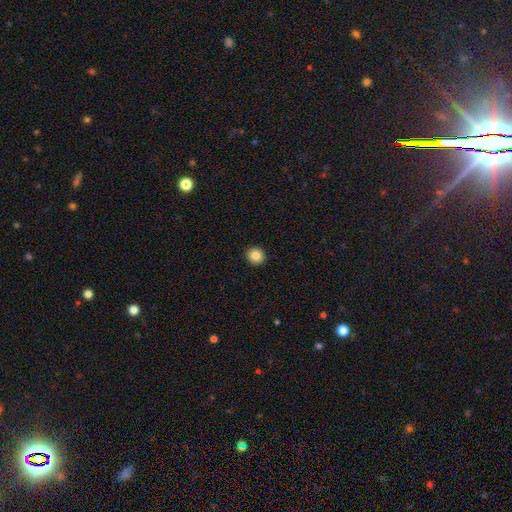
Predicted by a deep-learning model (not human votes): smooth 85%, star or artifact 10%, featured or disk 5%. Down the decision tree: how rounded — round (90%); merging — none (92%).